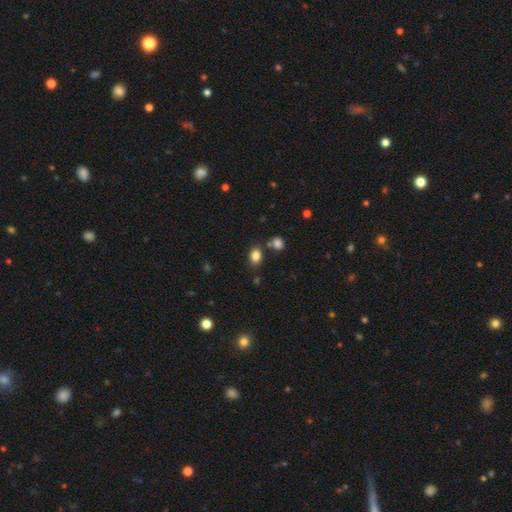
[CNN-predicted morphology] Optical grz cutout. It shows a smooth galaxy with no disk features (84%) that is in between round and cigar-shaped (69%). Merging: none (75%).